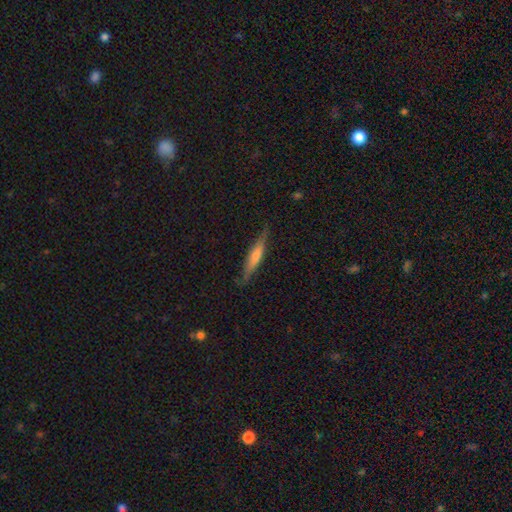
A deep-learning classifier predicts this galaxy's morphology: featured or disk 58%, smooth 35%, star or artifact 7%. Down the decision tree: edge-on disk — yes (95%); edge-on bulge — rounded (56%); merging — none (85%).